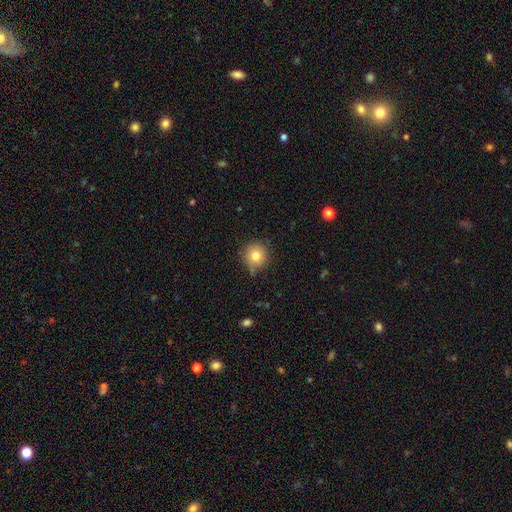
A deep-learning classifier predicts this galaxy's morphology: smooth 80%, star or artifact 11%, featured or disk 9%. Down the decision tree: how rounded — round (93%); merging — none (79%).